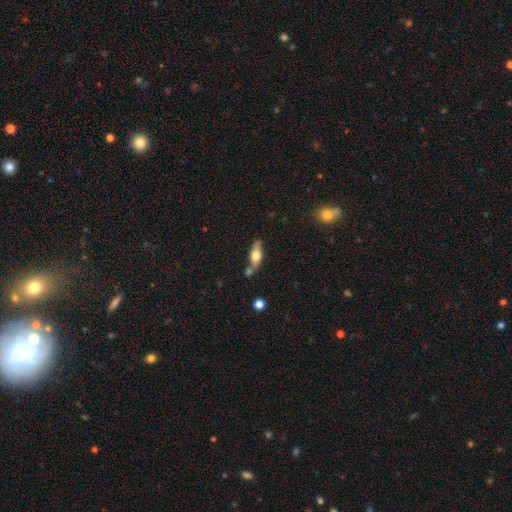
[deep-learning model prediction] This is possibly a smooth galaxy (52%). How rounded: possibly in between (57%). Merging: likely none (60%).